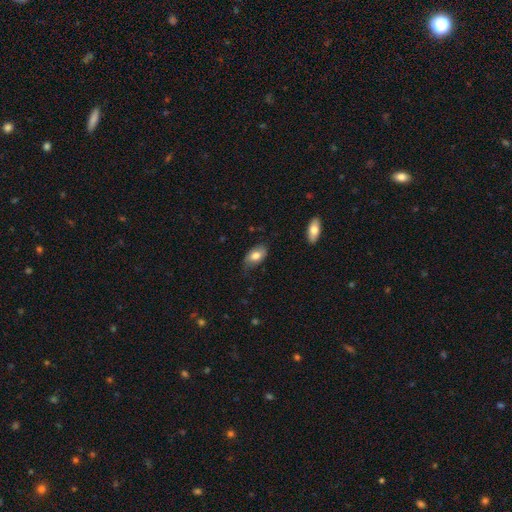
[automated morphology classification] This appears to be a smooth galaxy with no disk features (75%) that is in between round and cigar-shaped (92%). Merging: none (67%).